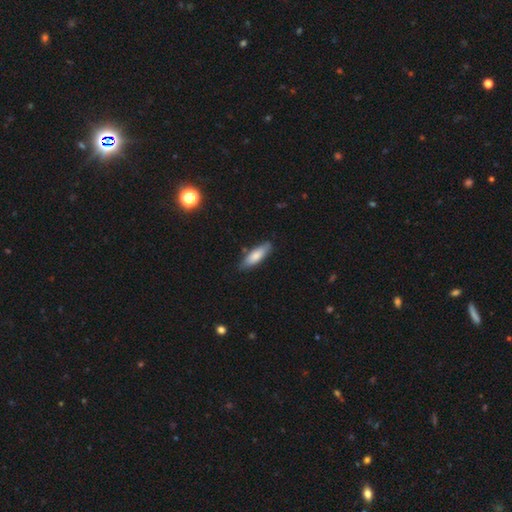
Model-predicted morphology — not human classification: A smooth galaxy with no disk features (78%) that is cigar-shaped (52%). Merging: none (82%).